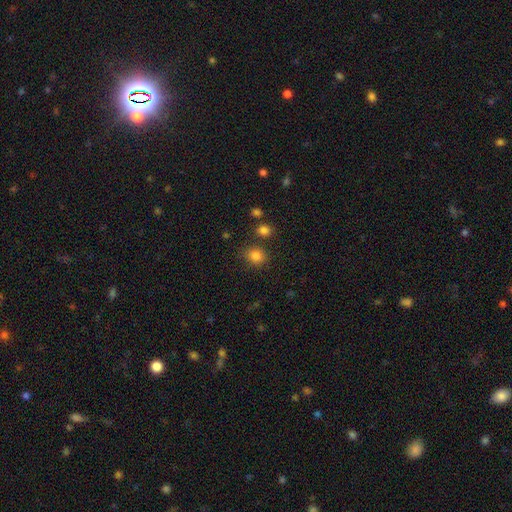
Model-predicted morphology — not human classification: Smooth or featured? smooth (82%)
How rounded? round (74%)
Merging? none (79%)